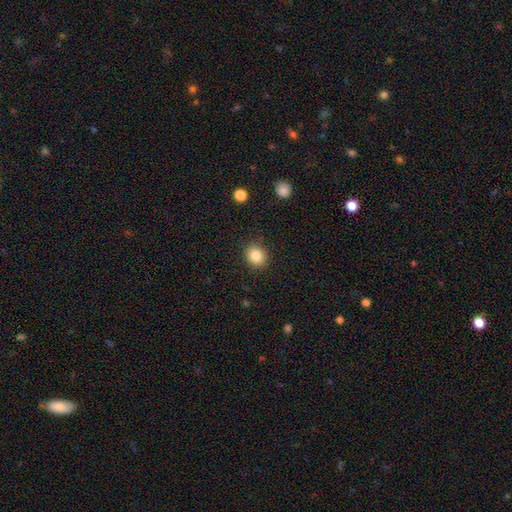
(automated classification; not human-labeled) The model was most divided on "how rounded": round: 78%, in between: 21%, cigar-shaped: 1%. More confident: merging — none (88%); smooth or featured — smooth (85%).